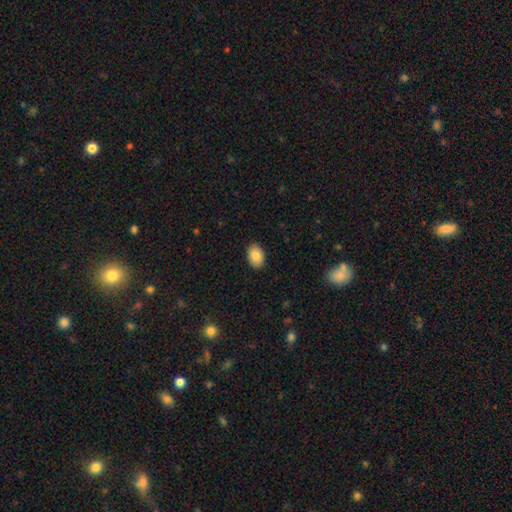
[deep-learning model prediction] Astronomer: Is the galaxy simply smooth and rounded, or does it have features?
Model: smooth — 87%.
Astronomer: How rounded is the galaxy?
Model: in between — 86%.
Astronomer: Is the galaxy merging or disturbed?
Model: none — 90%.